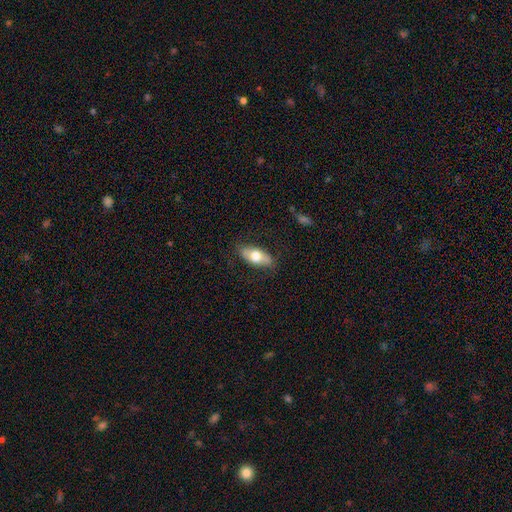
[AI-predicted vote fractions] Smooth or featured? Predicted: smooth (p=0.66). How rounded? Predicted: in between (p=0.81). Merging? Predicted: none (p=0.83).